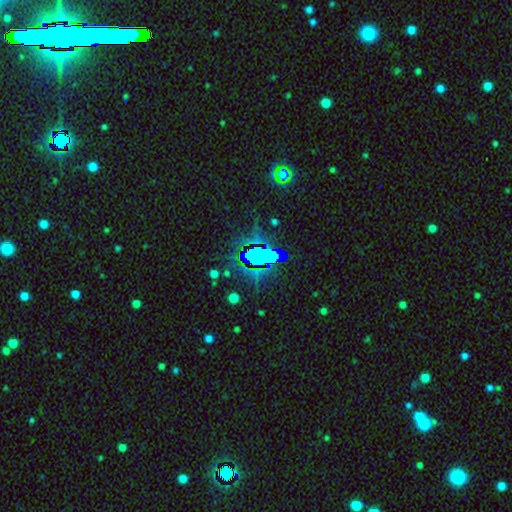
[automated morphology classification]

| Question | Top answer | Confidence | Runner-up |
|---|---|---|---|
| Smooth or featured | star or artifact | 70% | smooth (18%) |